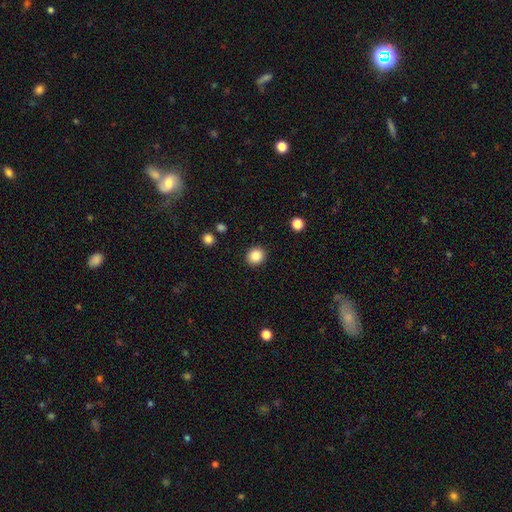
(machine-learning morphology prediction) Smooth or featured?
  - smooth: 86% *
  - star or artifact: 10%
  - featured or disk: 4%
How rounded?
  - round: 85% *
  - in between: 14%
  - cigar-shaped: 1%
Merging?
  - none: 91% *
  - minor disturbance: 6%
  - major disturbance: 2%
  - merger: 1%